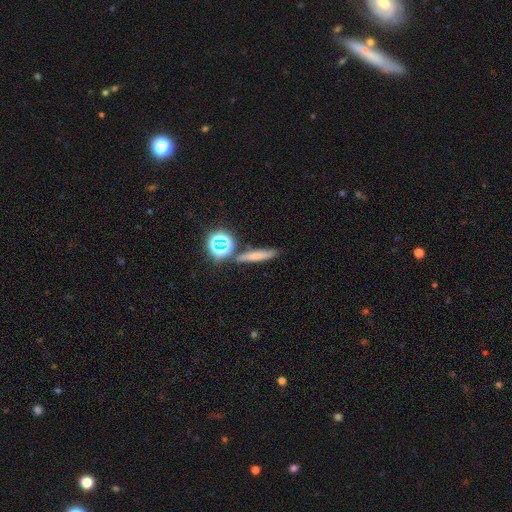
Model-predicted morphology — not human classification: smooth_or_featured: smooth (p=0.64) [alt: featured or disk p=0.19]
how_rounded: cigar-shaped (p=0.76) [alt: in between p=0.12]
merging: none (p=0.79) [alt: minor disturbance p=0.10]